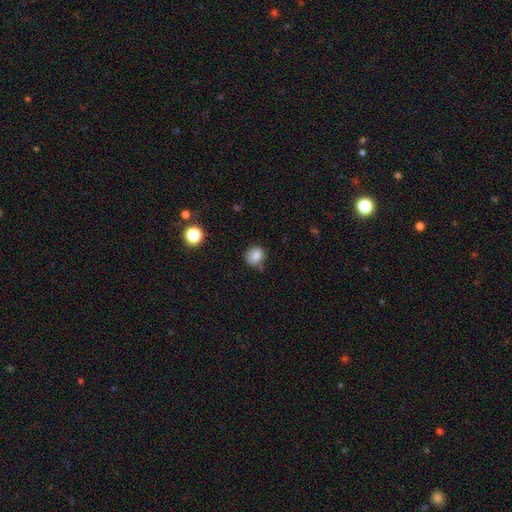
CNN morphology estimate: Q: Smooth or featured?
A: smooth (83%); runner-up: star or artifact (11%)
Q: How rounded?
A: round (84%); runner-up: in between (15%)
Q: Merging?
A: none (67%); runner-up: minor disturbance (24%)